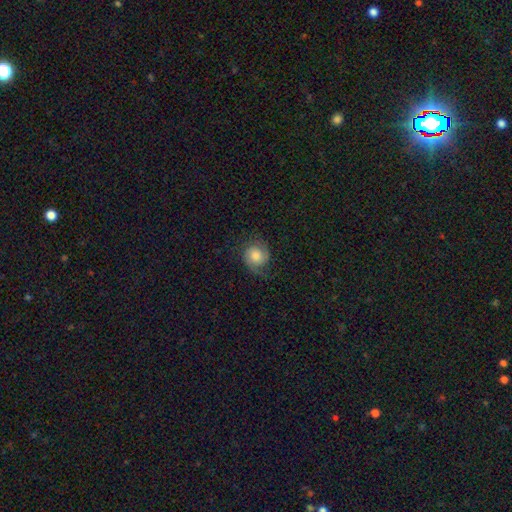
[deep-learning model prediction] Smooth or featured?
  - featured or disk: 50% *
  - smooth: 40%
  - star or artifact: 9%
Edge-on disk?
  - no: 97% *
  - yes: 3%
Merging?
  - none: 68% *
  - minor disturbance: 20%
  - major disturbance: 10%
  - merger: 1%